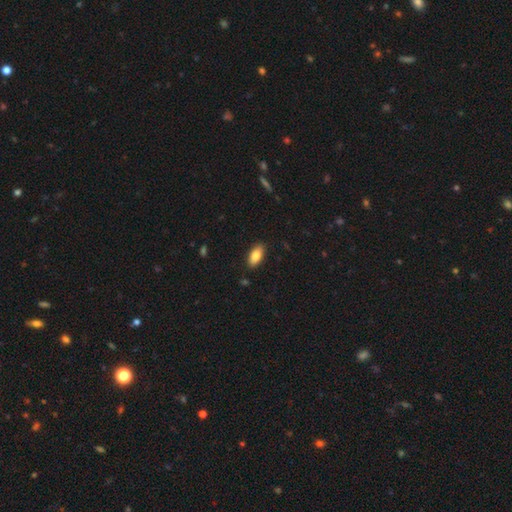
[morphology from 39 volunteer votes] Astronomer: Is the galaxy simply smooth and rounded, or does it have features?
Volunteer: smooth — 85%.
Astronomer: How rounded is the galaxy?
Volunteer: in between — 94%.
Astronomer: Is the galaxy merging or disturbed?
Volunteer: none — 95%.